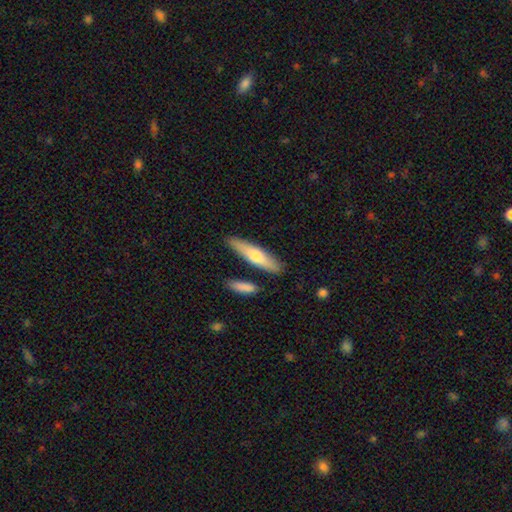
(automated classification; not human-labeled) Overall: smooth (62%; featured or disk 33%). How rounded: cigar-shaped (76%). Merging: none (83%).